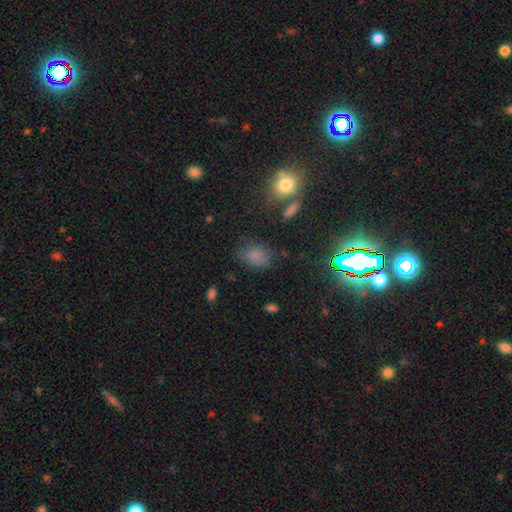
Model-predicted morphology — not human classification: Overall: smooth (73%). How rounded: in between (67%; round 31%). Merging: none (62%; minor disturbance 24%).